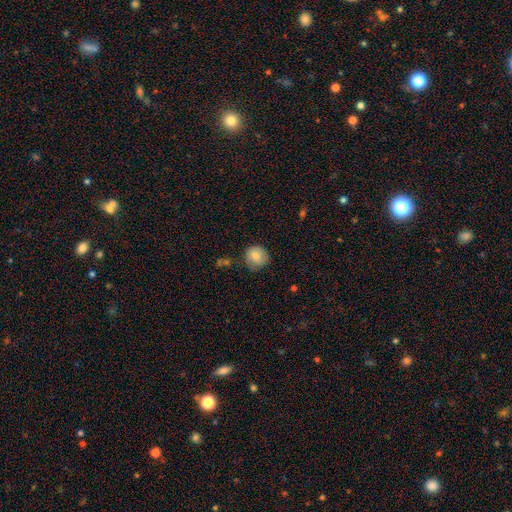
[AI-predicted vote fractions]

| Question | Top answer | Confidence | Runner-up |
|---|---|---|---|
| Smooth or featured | smooth | 80% | featured or disk (12%) |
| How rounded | round | 90% | in between (9%) |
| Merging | none | 73% | minor disturbance (21%) |